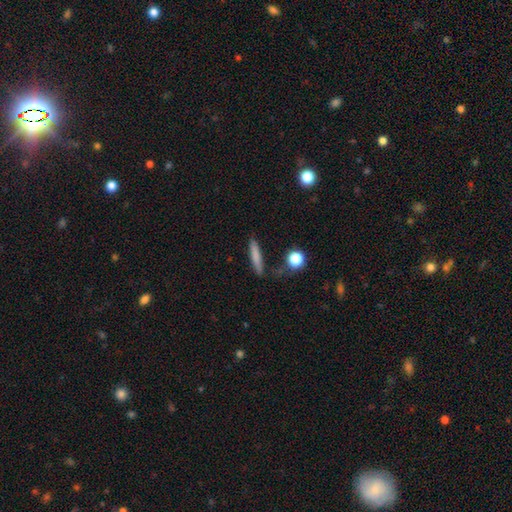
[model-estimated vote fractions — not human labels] Smooth or featured?
  - smooth: 77% *
  - featured or disk: 16%
  - star or artifact: 8%
How rounded?
  - cigar-shaped: 89% *
  - in between: 8%
  - round: 3%
Merging?
  - none: 79% *
  - minor disturbance: 14%
  - major disturbance: 3%
  - merger: 3%